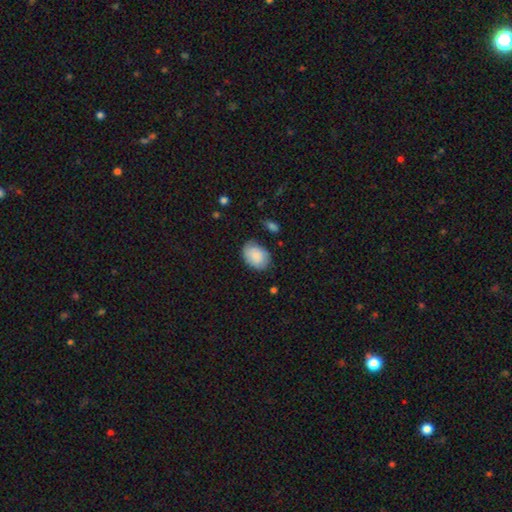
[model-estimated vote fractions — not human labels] A smooth galaxy with no disk features (83%) that is in between round and cigar-shaped (76%).

Vote fractions:
- Smooth or featured? smooth: 83% / featured or disk: 10% / star or artifact: 7%
- How rounded? in between: 76% / round: 23% / cigar-shaped: 1%
- Merging? none: 69% / minor disturbance: 23% / major disturbance: 5% / merger: 2%